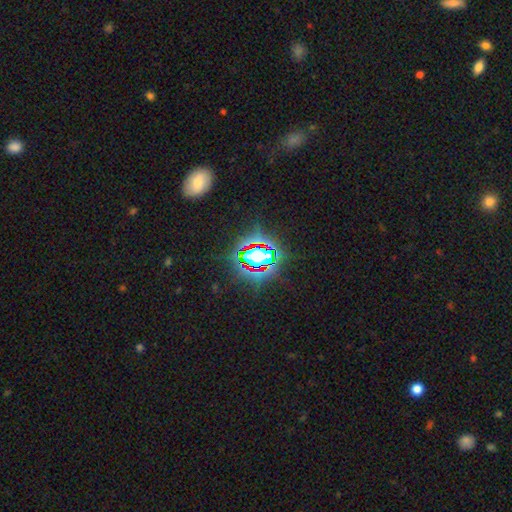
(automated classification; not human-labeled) Smooth or featured? Predicted: star or artifact (p=0.72).